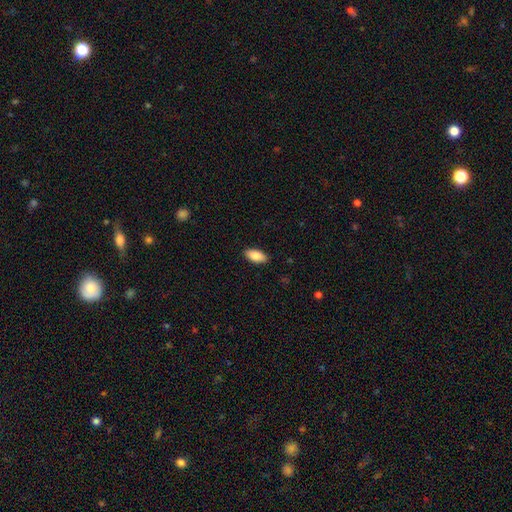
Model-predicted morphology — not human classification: smooth_or_featured: smooth (p=0.87) [alt: featured or disk p=0.06]
how_rounded: in between (p=0.91) [alt: cigar-shaped p=0.07]
merging: none (p=0.89) [alt: minor disturbance p=0.08]